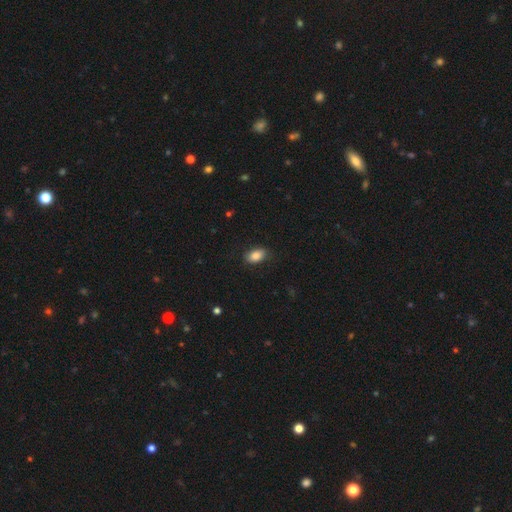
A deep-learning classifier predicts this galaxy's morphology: Overall: smooth (86%). How rounded: in between (90%). Merging: none (84%).